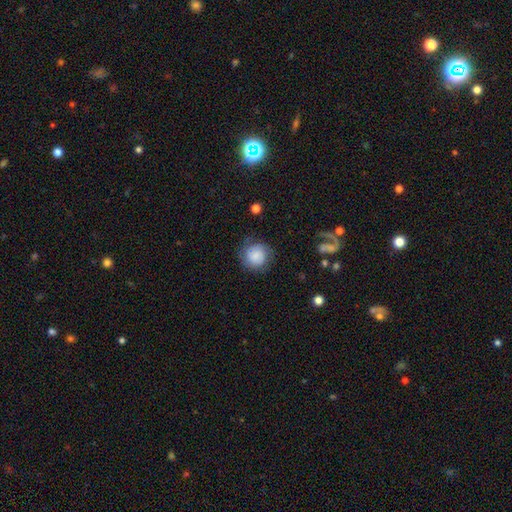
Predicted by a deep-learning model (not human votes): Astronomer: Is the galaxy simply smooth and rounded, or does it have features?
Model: smooth — 66%.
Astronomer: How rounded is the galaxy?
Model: round — 88%.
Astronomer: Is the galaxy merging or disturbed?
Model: none — 73%.